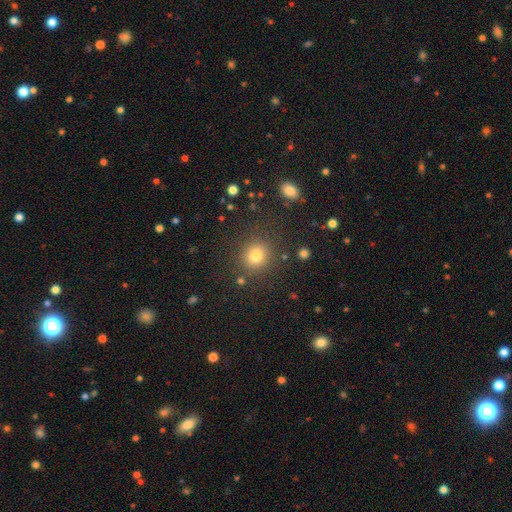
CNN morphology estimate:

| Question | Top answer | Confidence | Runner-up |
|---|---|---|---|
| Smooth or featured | smooth | 79% | star or artifact (15%) |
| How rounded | round | 84% | in between (15%) |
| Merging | none | 84% | minor disturbance (9%) |